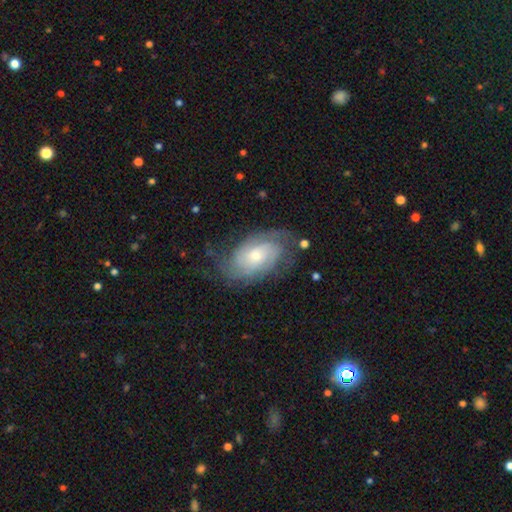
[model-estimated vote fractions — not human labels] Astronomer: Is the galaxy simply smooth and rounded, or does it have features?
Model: featured or disk — 80%.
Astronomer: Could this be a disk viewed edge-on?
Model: no — 96%.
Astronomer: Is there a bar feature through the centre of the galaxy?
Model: no — 72%.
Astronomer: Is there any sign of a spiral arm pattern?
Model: yes — 94%.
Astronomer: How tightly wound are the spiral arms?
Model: tight — 58%.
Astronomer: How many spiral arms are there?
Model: can't tell — 33% (runner-up: 2, 29%).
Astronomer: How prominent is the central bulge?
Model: small — 60% (runner-up: moderate, 35%).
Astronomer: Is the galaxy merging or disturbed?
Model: none — 67%.